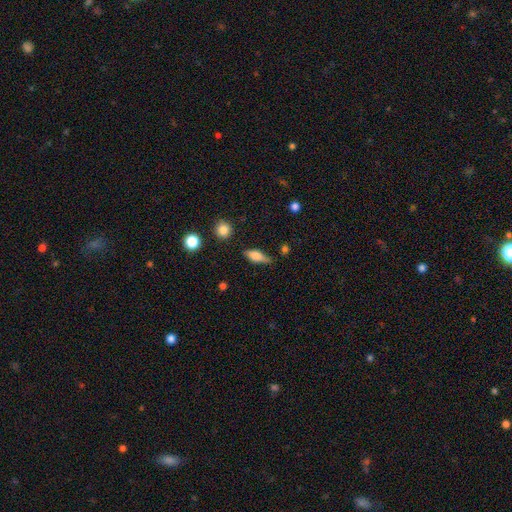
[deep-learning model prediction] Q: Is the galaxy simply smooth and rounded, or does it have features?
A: smooth — 65%.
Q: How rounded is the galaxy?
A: in between — 64%.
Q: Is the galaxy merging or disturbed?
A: none — 69%.